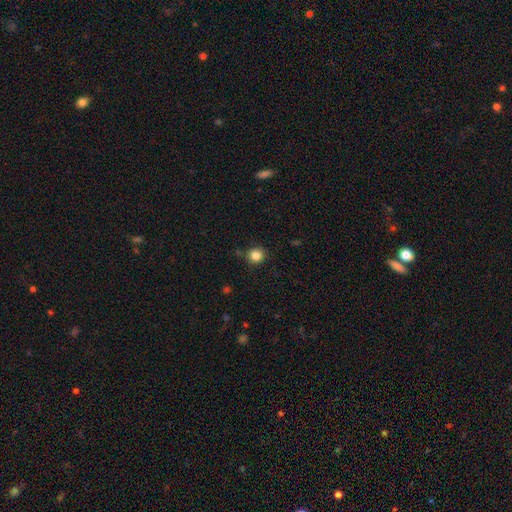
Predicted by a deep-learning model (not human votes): smooth 83%, star or artifact 12%, featured or disk 5%. Down the decision tree: how rounded — round (88%); merging — none (85%).